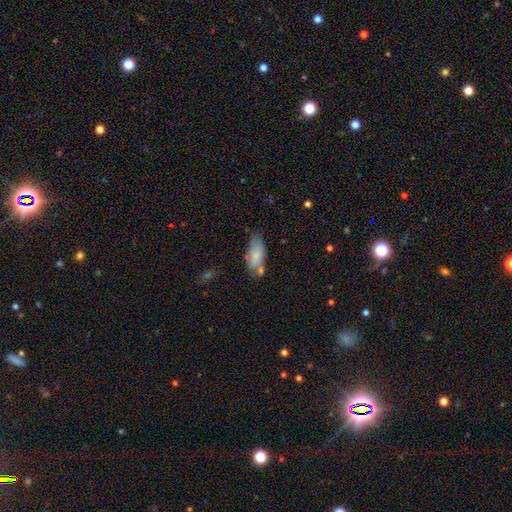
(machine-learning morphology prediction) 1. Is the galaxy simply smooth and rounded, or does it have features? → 76% smooth, 17% featured or disk, 7% star or artifact.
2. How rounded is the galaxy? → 87% in between, 11% cigar-shaped, 2% round.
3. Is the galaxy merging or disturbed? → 54% none, 25% minor disturbance, 14% merger, 7% major disturbance.